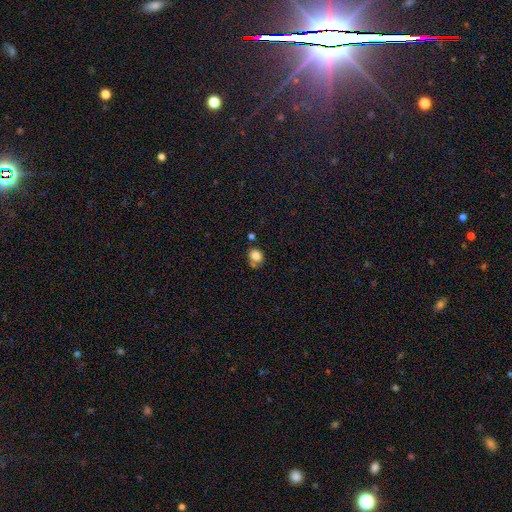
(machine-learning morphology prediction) The model was most divided on "how rounded": round: 60%, in between: 39%, cigar-shaped: 1%. More confident: smooth or featured — smooth (82%); merging — none (59%).